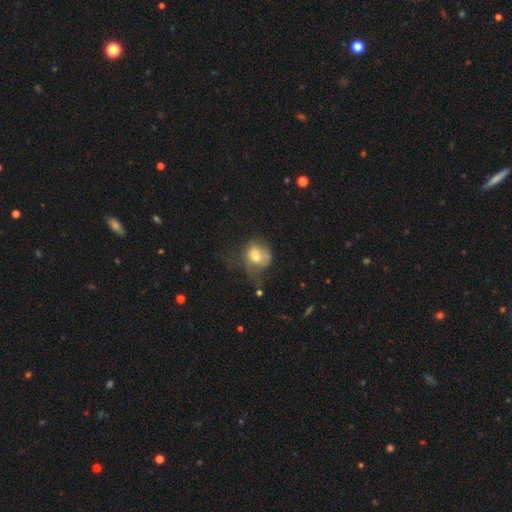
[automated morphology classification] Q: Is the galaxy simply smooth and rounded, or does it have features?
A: smooth — 67%.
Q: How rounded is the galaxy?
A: round — 62%.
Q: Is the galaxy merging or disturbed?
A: none — 35%.